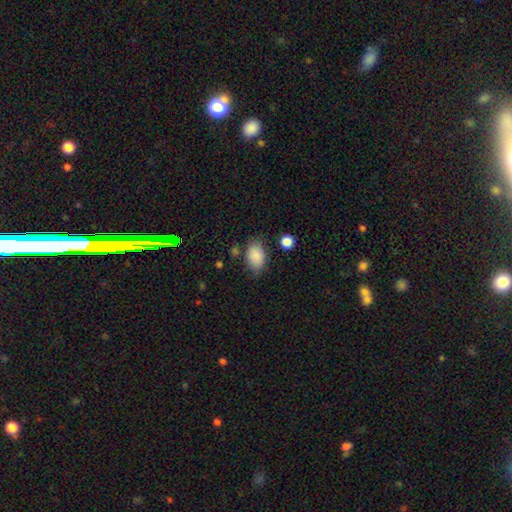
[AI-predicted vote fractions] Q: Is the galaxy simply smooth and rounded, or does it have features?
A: smooth — 88%.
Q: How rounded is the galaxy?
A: in between — 86%.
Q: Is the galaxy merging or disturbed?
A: none — 75%.